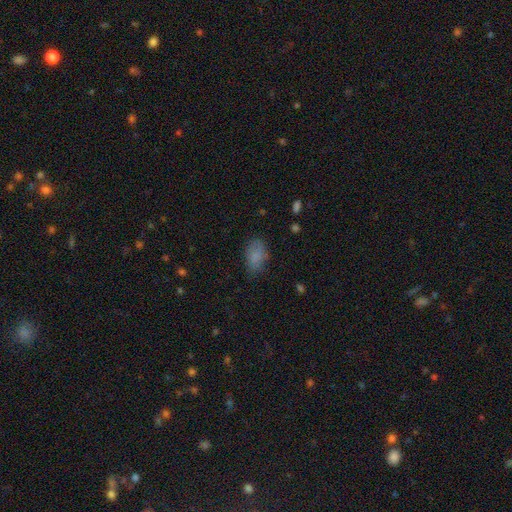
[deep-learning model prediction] The model was most divided on "merging": none: 71%, minor disturbance: 21%, major disturbance: 6%, merger: 1%. More confident: how rounded — in between (91%); smooth or featured — smooth (82%).